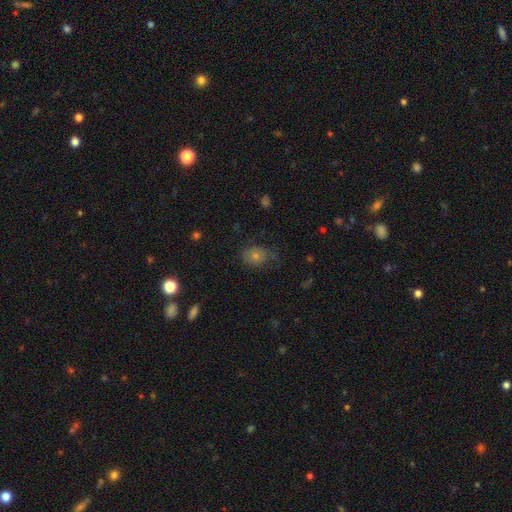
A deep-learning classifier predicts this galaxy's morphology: type=smooth (54%); roundness=round (55%); merging=none (60%).